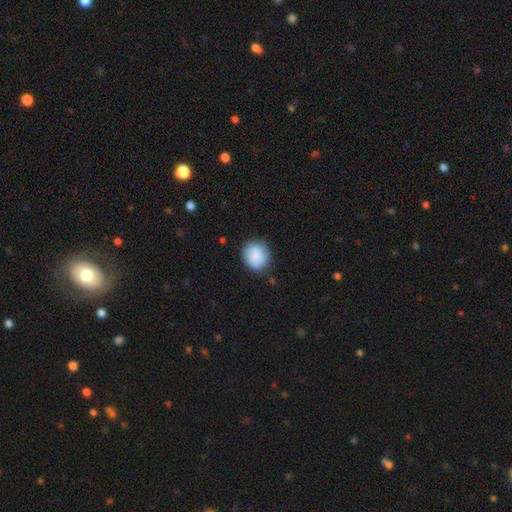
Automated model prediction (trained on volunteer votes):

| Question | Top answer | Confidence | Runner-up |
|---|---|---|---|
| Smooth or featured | smooth | 88% | star or artifact (7%) |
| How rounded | round | 79% | in between (20%) |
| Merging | none | 84% | minor disturbance (12%) |